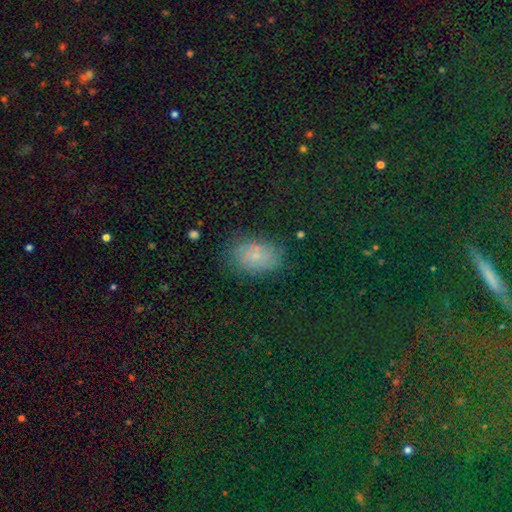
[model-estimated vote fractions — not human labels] smooth_or_featured: smooth (p=0.58) [alt: star or artifact p=0.25]
how_rounded: in between (p=0.85) [alt: round p=0.13]
merging: none (p=0.76) [alt: minor disturbance p=0.16]